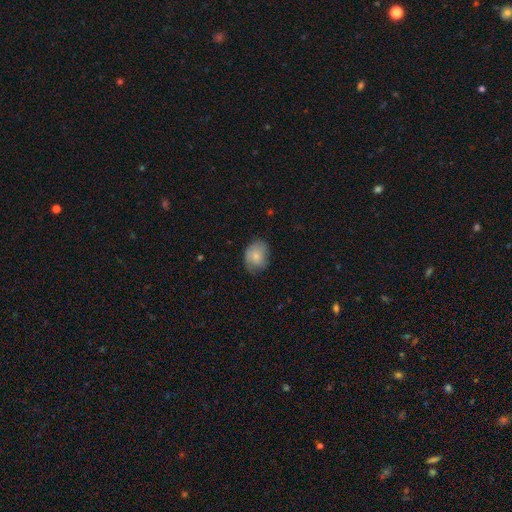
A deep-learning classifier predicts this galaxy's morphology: Smooth or featured? smooth (74%)
How rounded? in between (52%)
Merging? none (64%)